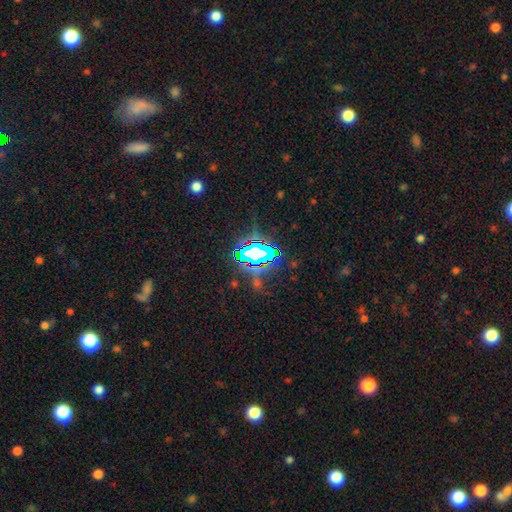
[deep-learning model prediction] Q: Smooth or featured?
A: star or artifact (80%); runner-up: smooth (12%)